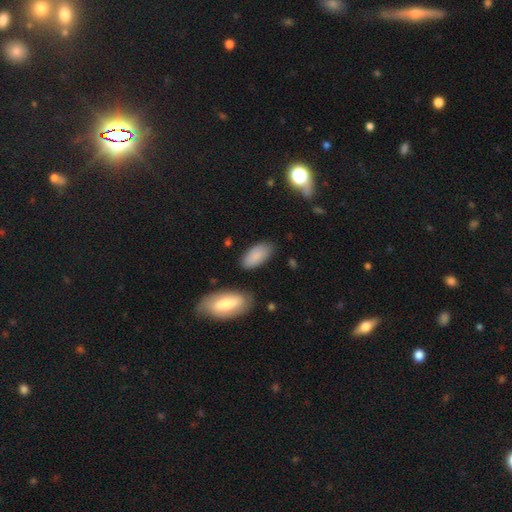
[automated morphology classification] Smooth or featured?
  - smooth: 86% *
  - featured or disk: 8%
  - star or artifact: 6%
How rounded?
  - in between: 93% *
  - cigar-shaped: 5%
  - round: 2%
Merging?
  - none: 80% *
  - minor disturbance: 14%
  - merger: 3%
  - major disturbance: 3%